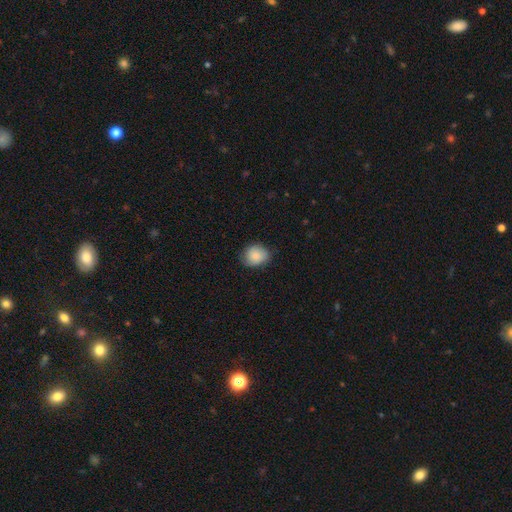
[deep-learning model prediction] Smooth or featured? Predicted: smooth (p=0.84). How rounded? Predicted: round (p=0.64). Merging? Predicted: none (p=0.73).